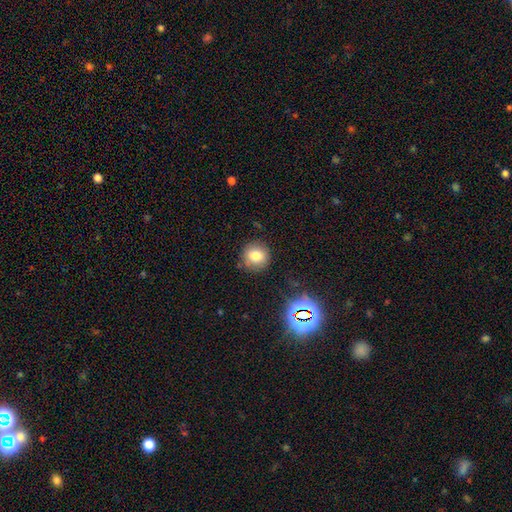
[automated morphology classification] smooth_or_featured: smooth (p=0.77) [alt: star or artifact p=0.14]
how_rounded: round (p=0.91) [alt: in between p=0.08]
merging: none (p=0.84) [alt: minor disturbance p=0.10]